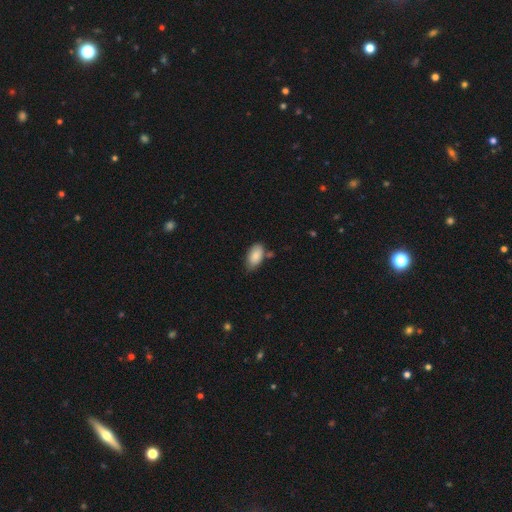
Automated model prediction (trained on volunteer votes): Smooth or featured: smooth — 83% (featured or disk — 10%)
How rounded: in between — 94% (round — 4%)
Merging: none — 64% (minor disturbance — 25%)